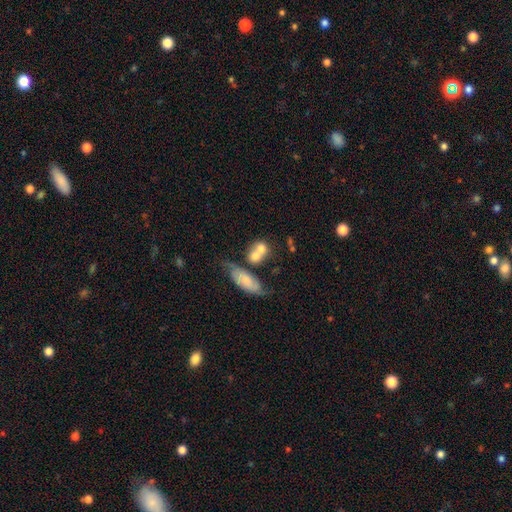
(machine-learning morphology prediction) type=smooth (68%); roundness=round (51%); merging=merger (49%).